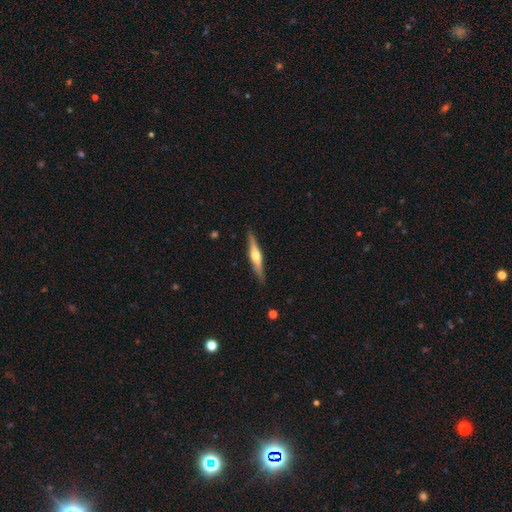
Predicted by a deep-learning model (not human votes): Smooth or featured?
  - featured or disk: 67% *
  - smooth: 28%
  - star or artifact: 5%
Edge-on disk?
  - yes: 96% *
  - no: 4%
Edge-on bulge?
  - rounded: 91% *
  - boxy: 5%
  - none: 4%
Merging?
  - none: 88% *
  - minor disturbance: 9%
  - major disturbance: 2%
  - merger: 1%